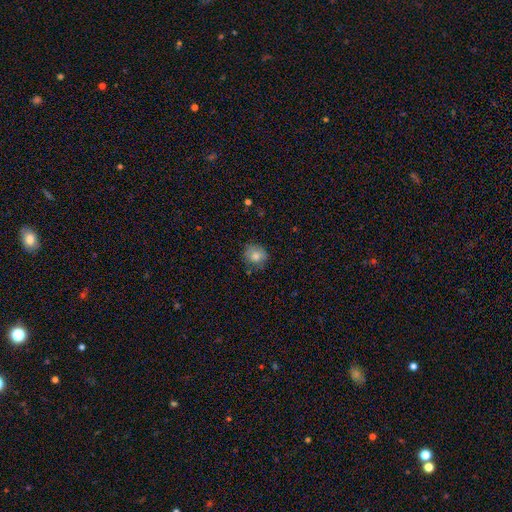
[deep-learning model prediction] A smooth galaxy with no disk features (77%) that is round (83%). Merging: none (74%).